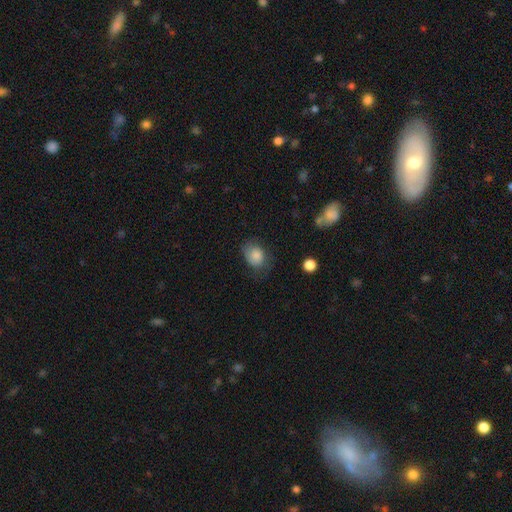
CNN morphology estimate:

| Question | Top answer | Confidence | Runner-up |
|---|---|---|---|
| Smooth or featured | smooth | 80% | featured or disk (12%) |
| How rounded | in between | 56% | round (43%) |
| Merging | none | 55% | minor disturbance (29%) |